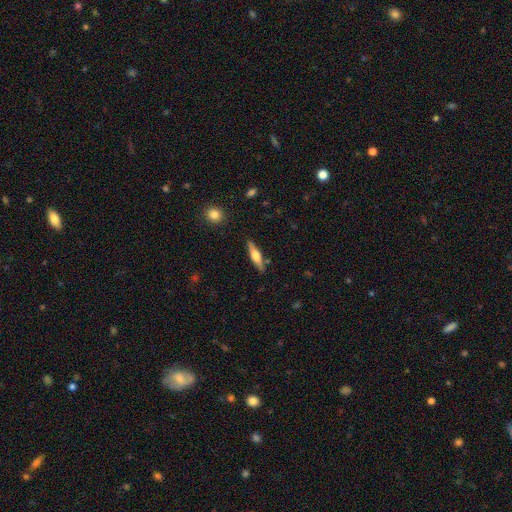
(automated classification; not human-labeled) This appears to be a featured or disk galaxy (53%) viewed edge-on (95%) with a rounded central bulge (87%). Merging: none (87%).